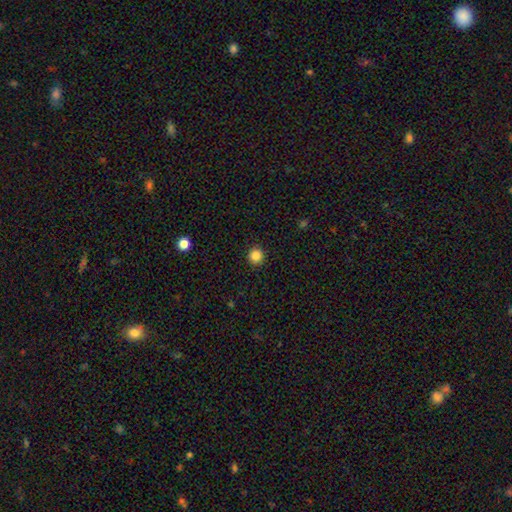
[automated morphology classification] Smooth or featured? smooth (85%)
How rounded? round (95%)
Merging? none (93%)